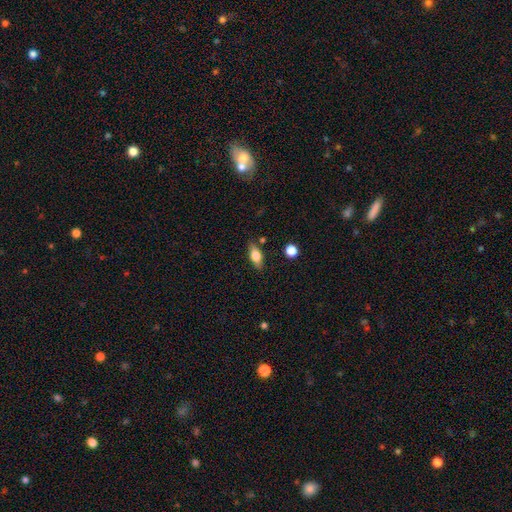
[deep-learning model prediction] This appears to be a smooth galaxy with no disk features (66%) that is in between round and cigar-shaped (76%). Merging: none (82%).